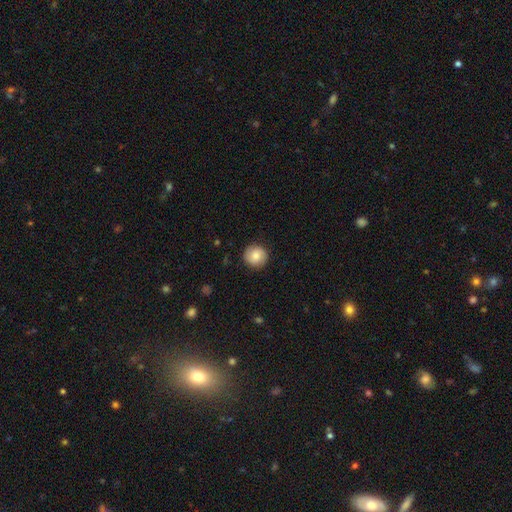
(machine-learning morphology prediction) The model was most divided on "smooth or featured": smooth: 78%, featured or disk: 14%, star or artifact: 8%. More confident: how rounded — round (93%); merging — none (88%).